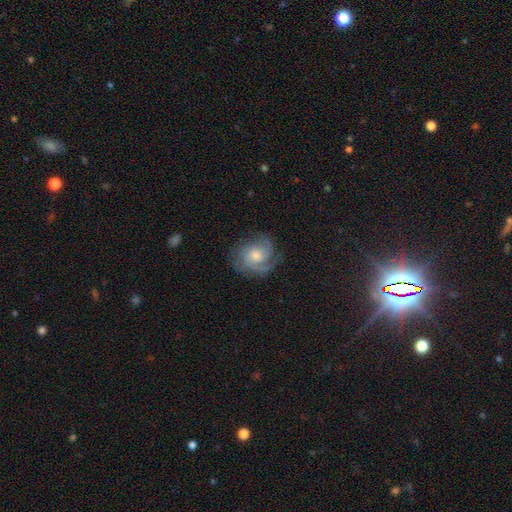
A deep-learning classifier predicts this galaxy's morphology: Smooth or featured? featured or disk (76%)
Edge-on disk? no (98%)
Bar? no (73%)
Spiral arms? yes (95%)
Spiral winding? tight (48%)
Spiral arm count? 3 (33%)
Bulge size? moderate (51%)
Merging? none (71%)